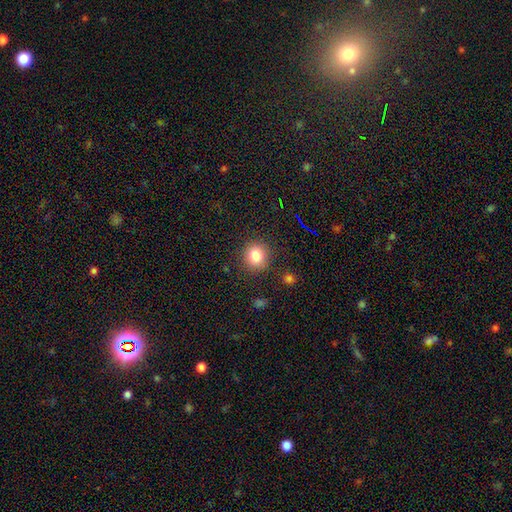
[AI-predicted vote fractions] The model was most divided on "smooth or featured": smooth: 81%, star or artifact: 12%, featured or disk: 7%. More confident: merging — none (87%); how rounded — round (86%).